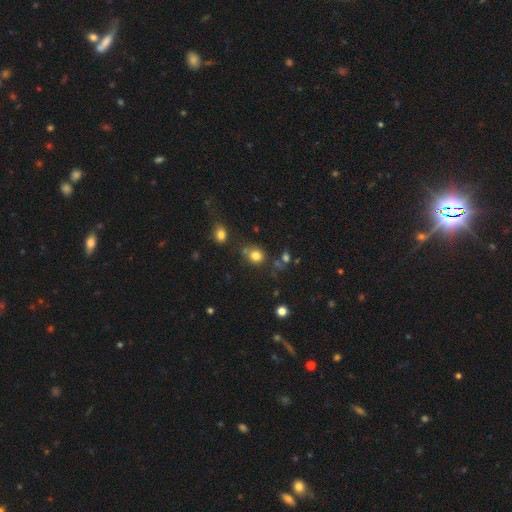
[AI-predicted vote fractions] Smooth or featured? Predicted: smooth (p=0.79). How rounded? Predicted: round (p=0.76). Merging? Predicted: none (p=0.67).